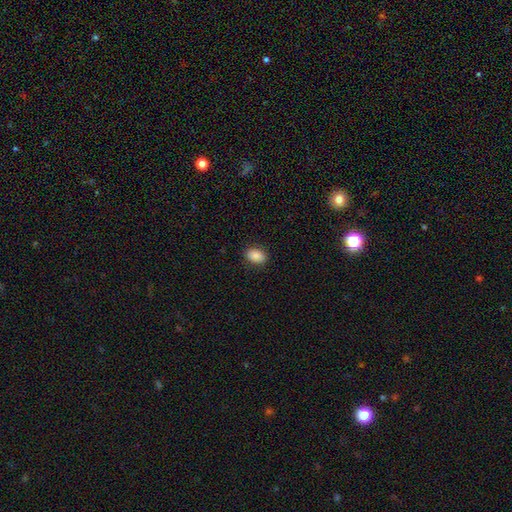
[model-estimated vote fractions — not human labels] smooth 88%, star or artifact 8%, featured or disk 4%. Down the decision tree: how rounded — in between (83%); merging — none (89%).